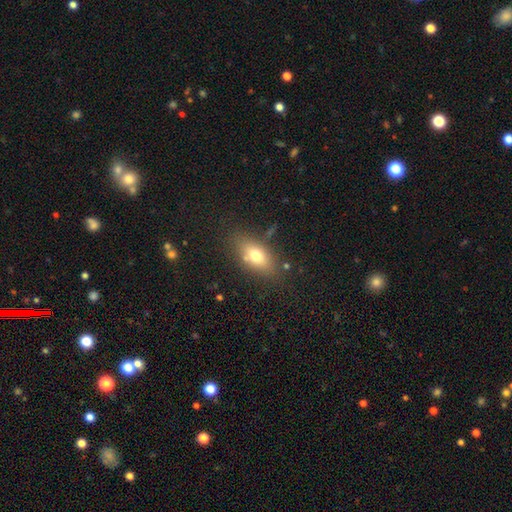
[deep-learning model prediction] Smooth or featured?
  - smooth: 70% *
  - featured or disk: 20%
  - star or artifact: 10%
How rounded?
  - in between: 82% *
  - round: 9%
  - cigar-shaped: 9%
Merging?
  - none: 75% *
  - minor disturbance: 15%
  - major disturbance: 5%
  - merger: 5%